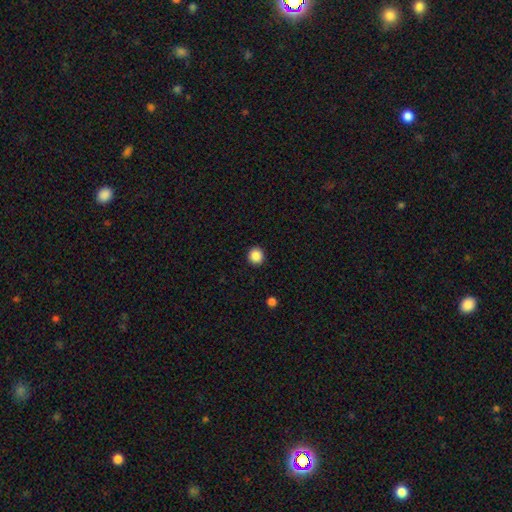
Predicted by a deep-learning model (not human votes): smooth-or-featured: smooth: 87% | star or artifact: 10% | featured or disk: 3%
  how-rounded: round: 93% | in between: 6% | cigar-shaped: 1%
  merging: none: 93% | minor disturbance: 5% | major disturbance: 2% | merger: 1%